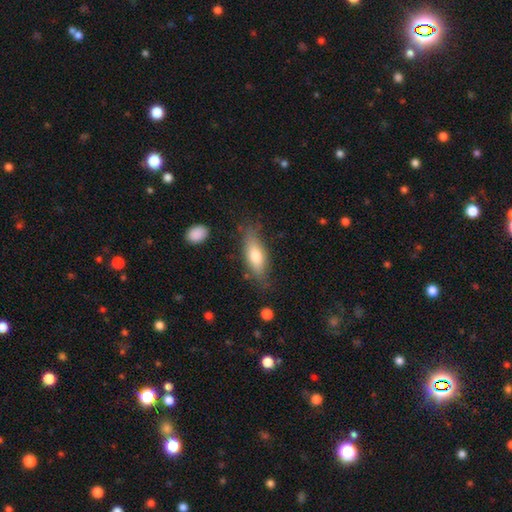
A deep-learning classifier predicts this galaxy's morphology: Overall: smooth (69%). How rounded: in between (65%; cigar-shaped 33%). Merging: none (70%).